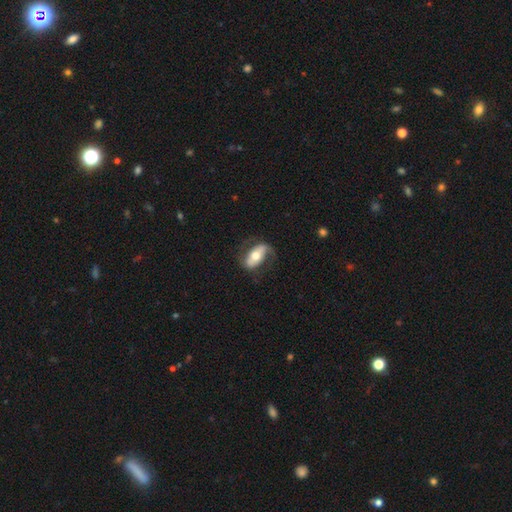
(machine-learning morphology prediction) This is possibly a featured or disk galaxy (58%). It is clearly not viewed edge-on (86%). Bar: marginally strong (43%). Spiral arm pattern: likely yes (70%). Central bulge: likely moderate (68%). Merging: likely none (63%).